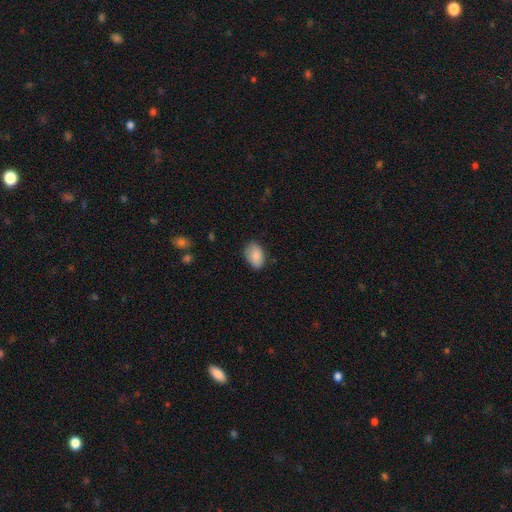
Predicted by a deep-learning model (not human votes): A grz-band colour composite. It shows a smooth galaxy with no disk features (86%) that is in between round and cigar-shaped (86%). Merging: none (77%).